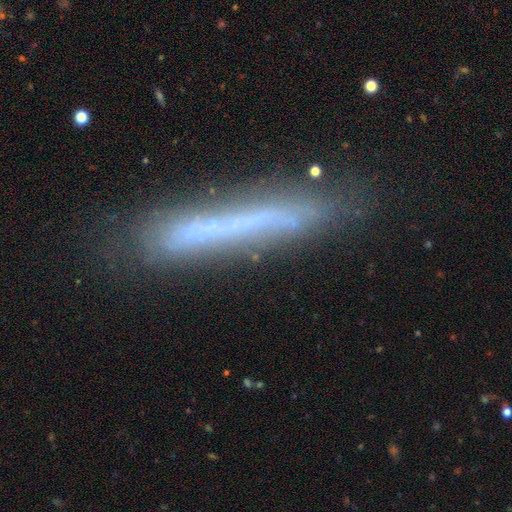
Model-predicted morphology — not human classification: Smooth or featured? Predicted: featured or disk (p=0.52). Edge-on disk? Predicted: yes (p=0.81). Merging? Predicted: none (p=0.70).